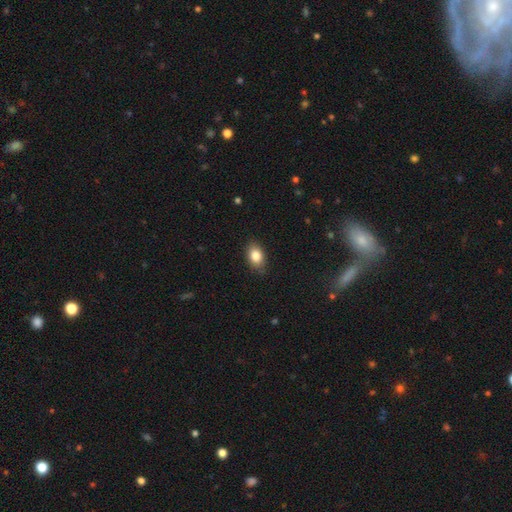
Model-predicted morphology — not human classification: A smooth galaxy with no disk features (84%) that is in between round and cigar-shaped (83%). Merging: none (85%).